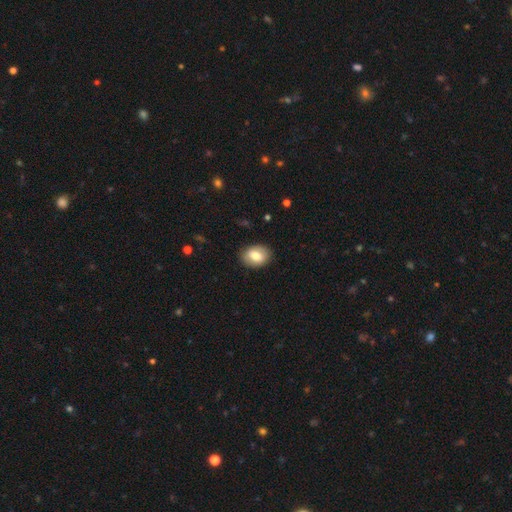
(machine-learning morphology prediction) Q: Smooth or featured?
A: smooth (78%); runner-up: featured or disk (15%)
Q: How rounded?
A: in between (73%); runner-up: round (26%)
Q: Merging?
A: none (87%); runner-up: minor disturbance (9%)